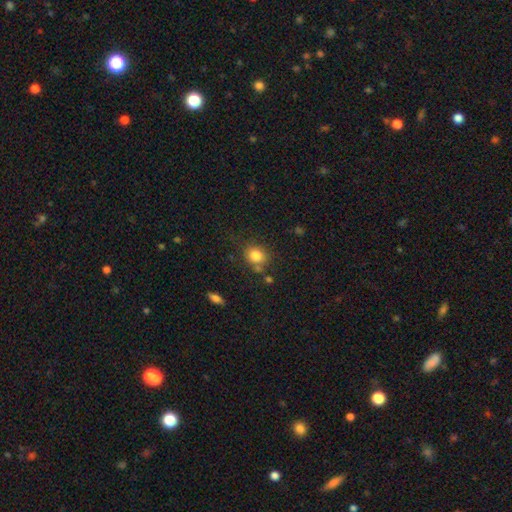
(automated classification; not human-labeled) Smooth or featured: smooth — 82% (star or artifact — 11%)
How rounded: round — 72% (in between — 27%)
Merging: none — 71% (minor disturbance — 15%)